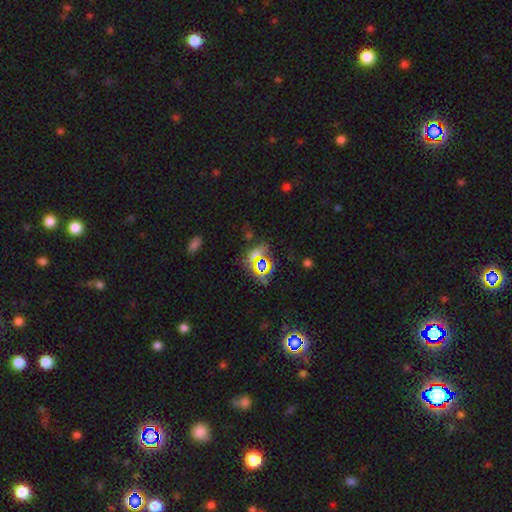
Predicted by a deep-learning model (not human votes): Morphology: type=star or artifact (62%).